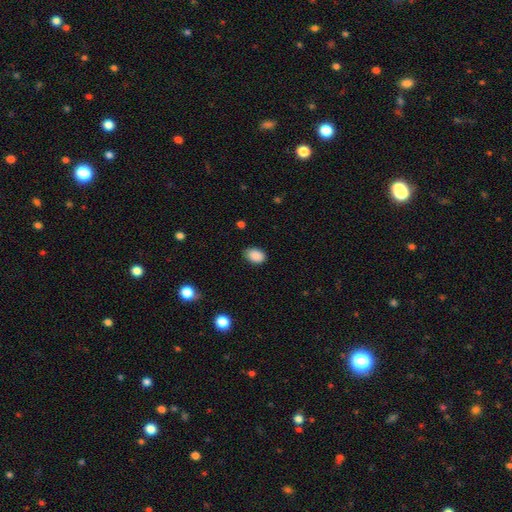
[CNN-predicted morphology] type=smooth (89%); roundness=in between (81%); merging=none (81%).